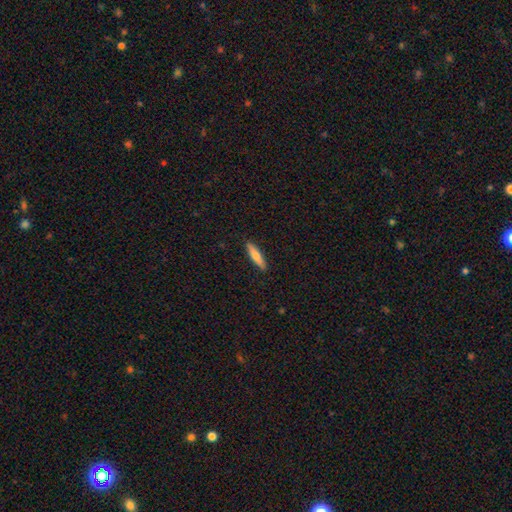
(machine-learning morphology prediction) This appears to be a smooth galaxy with no disk features (69%) that is cigar-shaped (79%). Merging: none (91%).